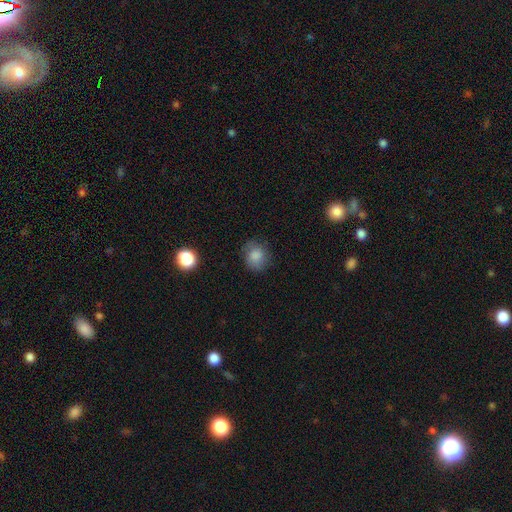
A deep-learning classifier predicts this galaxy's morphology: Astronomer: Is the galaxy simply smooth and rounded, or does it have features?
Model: smooth — 82%.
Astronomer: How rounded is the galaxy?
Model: round — 72%.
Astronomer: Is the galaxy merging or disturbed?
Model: none — 72%.